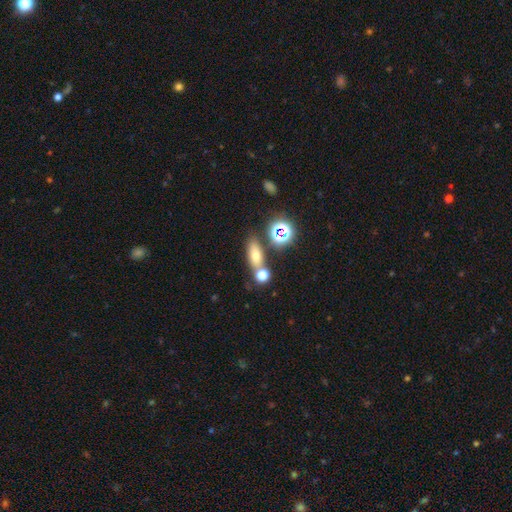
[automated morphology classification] smooth_or_featured: smooth (p=0.63) [alt: star or artifact p=0.22]
how_rounded: in between (p=0.62) [alt: round p=0.20]
merging: none (p=0.65) [alt: merger p=0.19]